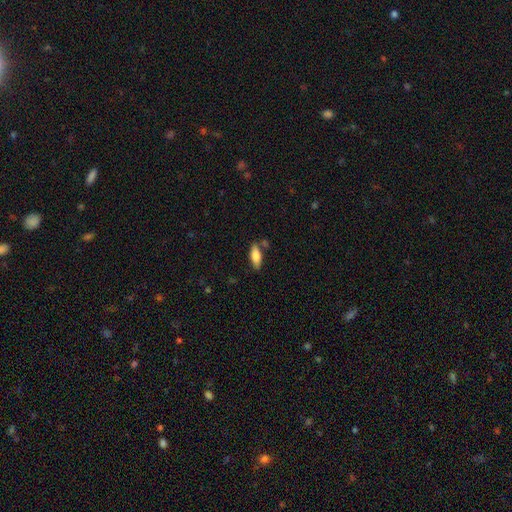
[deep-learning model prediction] smooth-or-featured: smooth: 76% | featured or disk: 17% | star or artifact: 6%
  how-rounded: in between: 68% | cigar-shaped: 30% | round: 2%
  merging: none: 75% | minor disturbance: 15% | merger: 7% | major disturbance: 3%